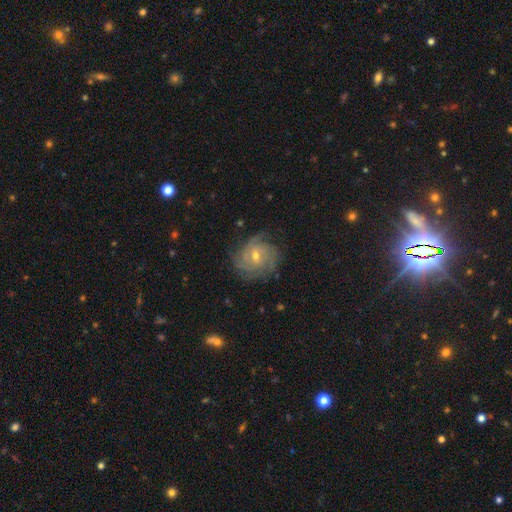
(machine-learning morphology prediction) type=featured or disk (79%); edge-on=no (97%); bar=no (52%); spiral arms=yes (94%); winding=tight (60%); arm count=can't tell (33%); bulge=small (50%); merging=none (74%).